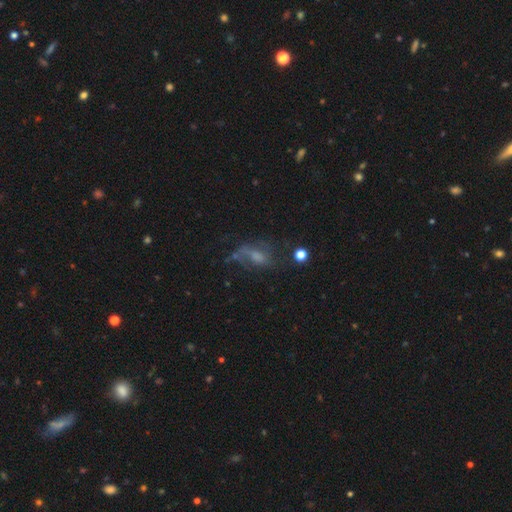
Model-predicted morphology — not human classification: Smooth or featured?
  - featured or disk: 51% *
  - smooth: 31%
  - star or artifact: 18%
Edge-on disk?
  - no: 93% *
  - yes: 7%
Merging?
  - none: 40% *
  - major disturbance: 33%
  - minor disturbance: 21%
  - merger: 6%